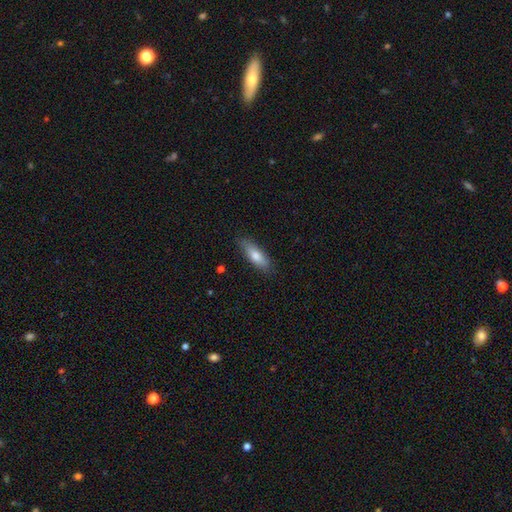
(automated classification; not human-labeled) A smooth galaxy with no disk features (74%) that is in between round and cigar-shaped (53%).

Vote fractions:
- Smooth or featured? smooth: 74% / featured or disk: 20% / star or artifact: 6%
- How rounded? in between: 53% / cigar-shaped: 45% / round: 2%
- Merging? none: 84% / minor disturbance: 12% / major disturbance: 2% / merger: 1%